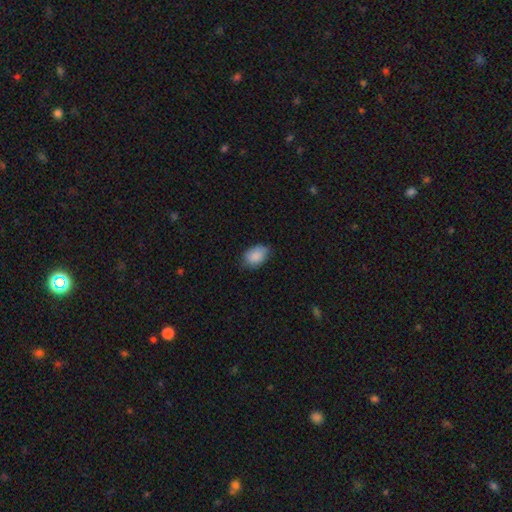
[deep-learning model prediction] Morphology: type=smooth (87%); roundness=in between (83%); merging=none (72%).